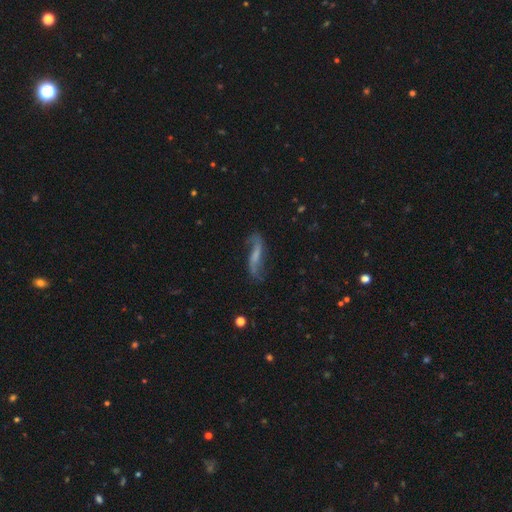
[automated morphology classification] A featured or disk galaxy (76%) with a weak bar (39%), 2 (90%) loose (87%) spiral arms (92%) and no central bulge (47%).

Vote fractions:
- Smooth or featured? featured or disk: 76% / smooth: 17% / star or artifact: 8%
- Edge-on disk? no: 85% / yes: 15%
- Bar? weak: 39% / no: 31% / strong: 30%
- Spiral arms? yes: 92% / no: 8%
- Spiral winding? loose: 87% / medium: 10% / tight: 3%
- Spiral arm count? 2: 90% / 1: 3% / can't tell: 3% / 3: 1% / 4: 1% / more than 4: 1%
- Bulge size? none: 47% / small: 30% / moderate: 17% / large: 4% / dominant: 2%
- Merging? none: 68% / minor disturbance: 19% / major disturbance: 10% / merger: 3%